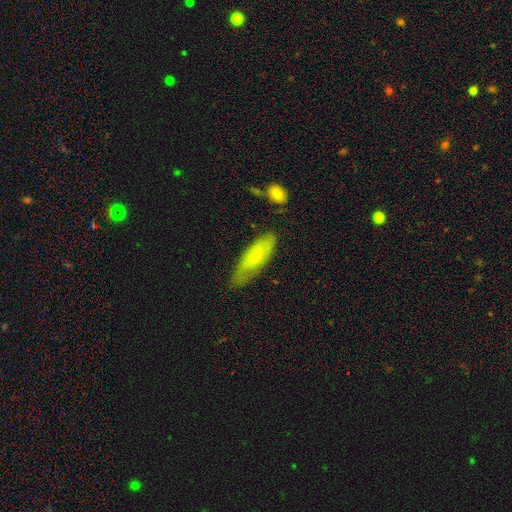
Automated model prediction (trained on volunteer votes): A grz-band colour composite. It shows a smooth galaxy with no disk features (58%) that is in between round and cigar-shaped (57%). Merging: none (67%).